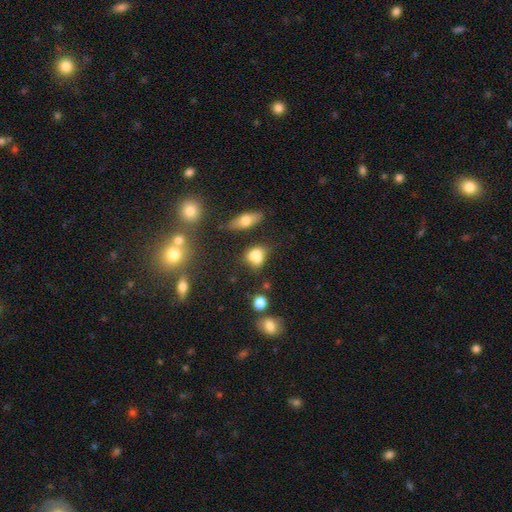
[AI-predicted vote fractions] smooth_or_featured: smooth (p=0.75) [alt: star or artifact p=0.14]
how_rounded: in between (p=0.60) [alt: round p=0.38]
merging: none (p=0.45) [alt: minor disturbance p=0.23]